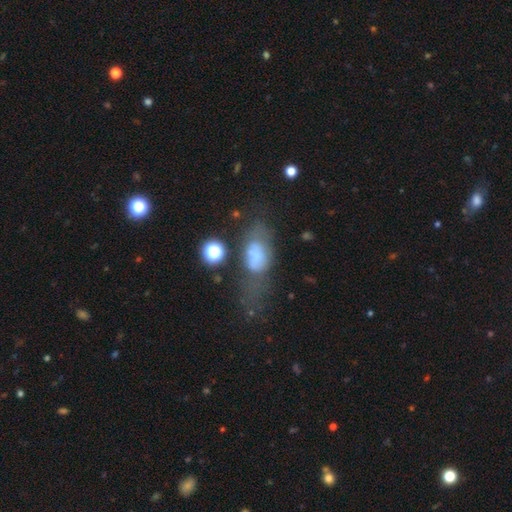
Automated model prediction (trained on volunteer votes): This is likely a smooth galaxy (60%). How rounded: clearly in between (85%). Merging: marginally major disturbance (36%).